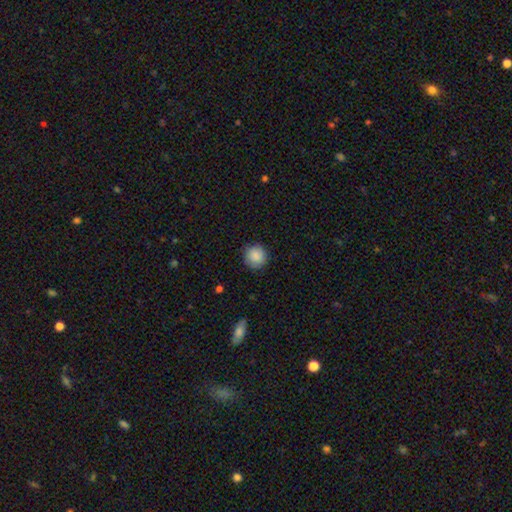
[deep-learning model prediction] Smooth or featured? smooth (88%)
How rounded? round (92%)
Merging? none (87%)